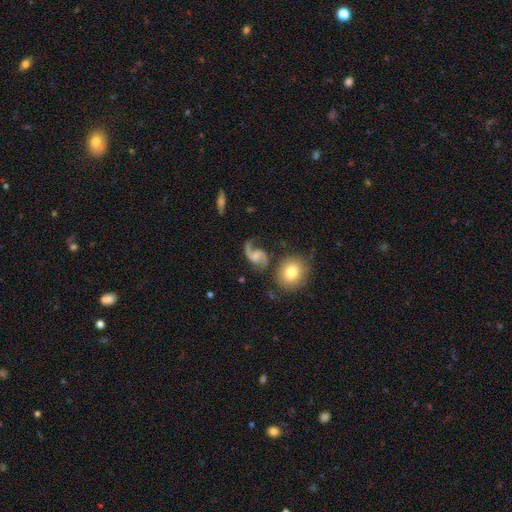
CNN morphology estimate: Q: Smooth or featured?
A: featured or disk (83%); runner-up: smooth (10%)
Q: Edge-on disk?
A: no (98%); runner-up: yes (2%)
Q: Bar?
A: no (50%); runner-up: weak (39%)
Q: Spiral arms?
A: yes (96%); runner-up: no (4%)
Q: Spiral winding?
A: loose (74%); runner-up: medium (22%)
Q: Spiral arm count?
A: 2 (86%); runner-up: 1 (9%)
Q: Bulge size?
A: none (46%); runner-up: small (28%)
Q: Merging?
A: none (62%); runner-up: minor disturbance (18%)